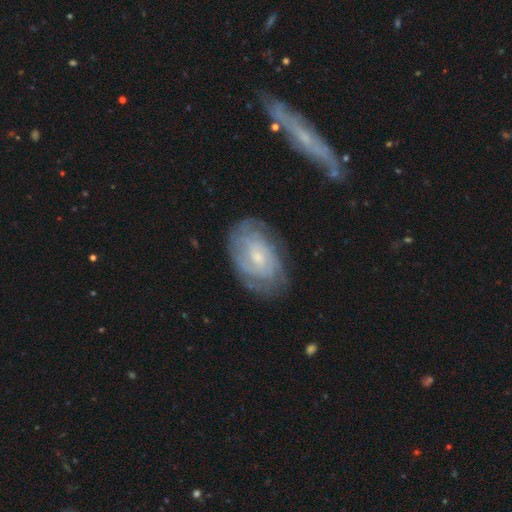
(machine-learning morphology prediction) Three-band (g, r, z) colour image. It shows a featured or disk galaxy (67%) with no bar (68%), tight (71%) spiral arms (84%) and a small central bulge (66%). Merging: none (75%).